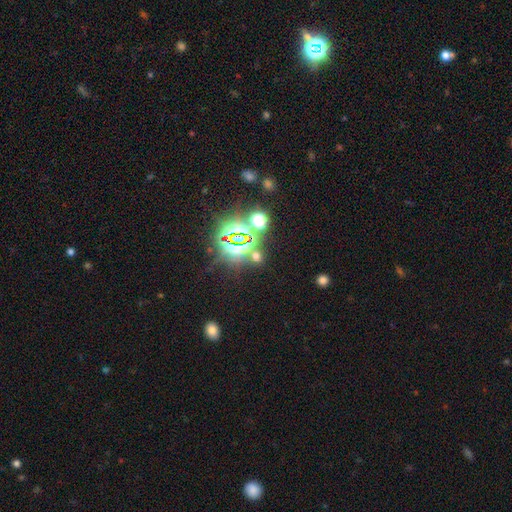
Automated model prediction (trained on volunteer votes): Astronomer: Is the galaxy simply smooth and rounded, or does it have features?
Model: star or artifact — 76%.